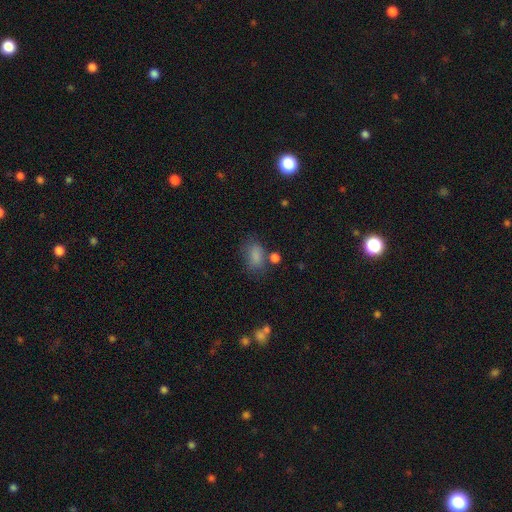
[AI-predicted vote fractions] smooth 81%, star or artifact 11%, featured or disk 8%. Down the decision tree: how rounded — in between (84%); merging — none (59%).